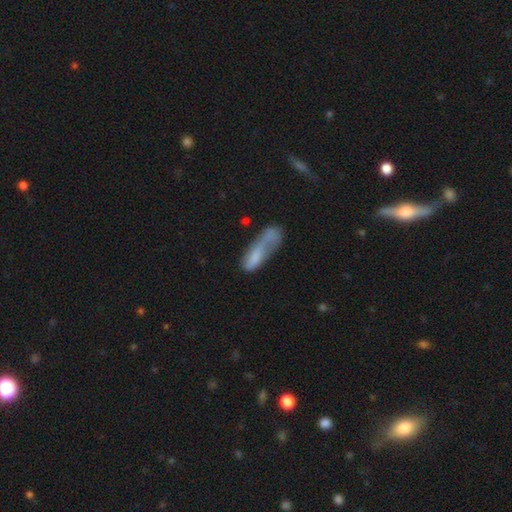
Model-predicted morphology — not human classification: Smooth or featured? Predicted: smooth (p=0.67). How rounded? Predicted: in between (p=0.51). Merging? Predicted: major disturbance (p=0.37).